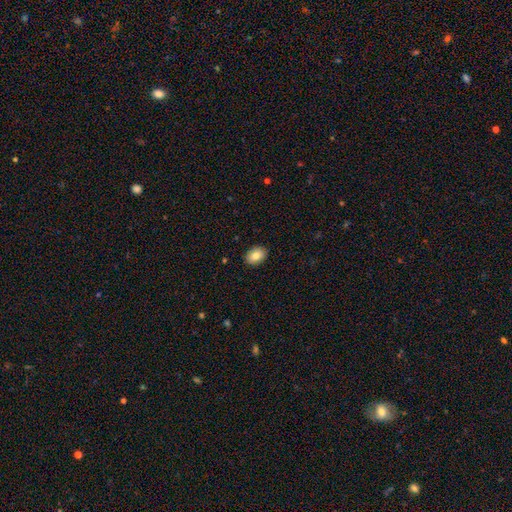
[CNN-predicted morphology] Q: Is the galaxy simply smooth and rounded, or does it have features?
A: smooth — 85%.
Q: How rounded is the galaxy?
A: in between — 81%.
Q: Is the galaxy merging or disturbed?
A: none — 90%.